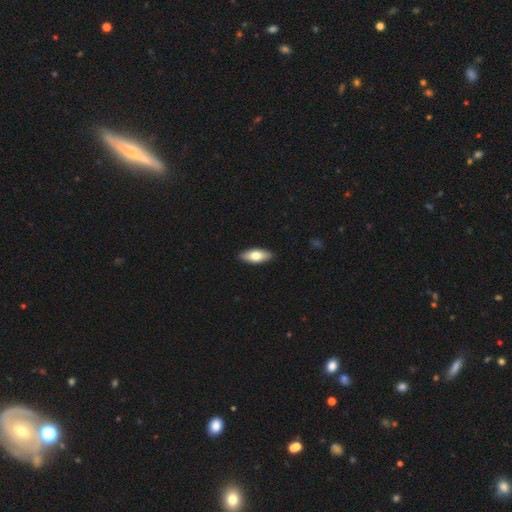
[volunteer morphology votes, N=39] Smooth or featured: smooth — 82% (featured or disk — 18%)
How rounded: in between — 88% (cigar-shaped — 12%)
Merging: none — 92% (minor disturbance — 8%)